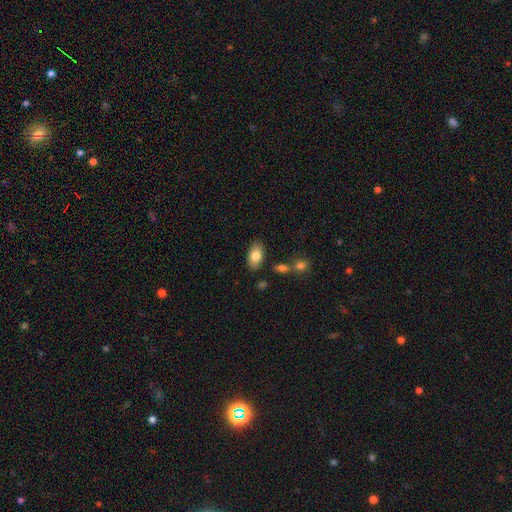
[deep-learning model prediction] Smooth or featured?
  - smooth: 80% *
  - featured or disk: 13%
  - star or artifact: 7%
How rounded?
  - in between: 92% *
  - round: 6%
  - cigar-shaped: 2%
Merging?
  - none: 83% *
  - minor disturbance: 11%
  - merger: 4%
  - major disturbance: 2%